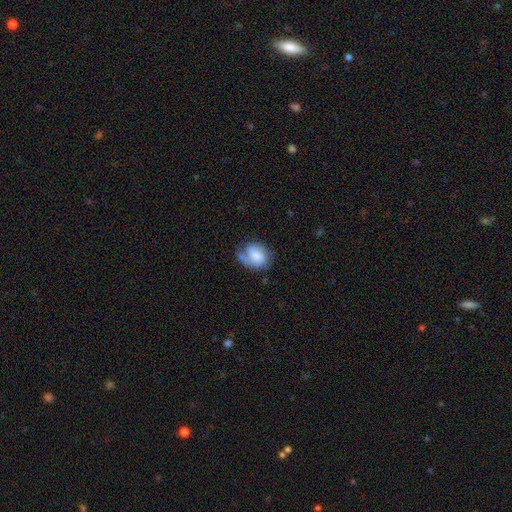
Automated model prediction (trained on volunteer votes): smooth-or-featured: featured or disk: 50% | smooth: 42% | star or artifact: 8%
  disk-edge-on: no: 97% | yes: 3%
  merging: none: 50% | minor disturbance: 27% | major disturbance: 18% | merger: 5%